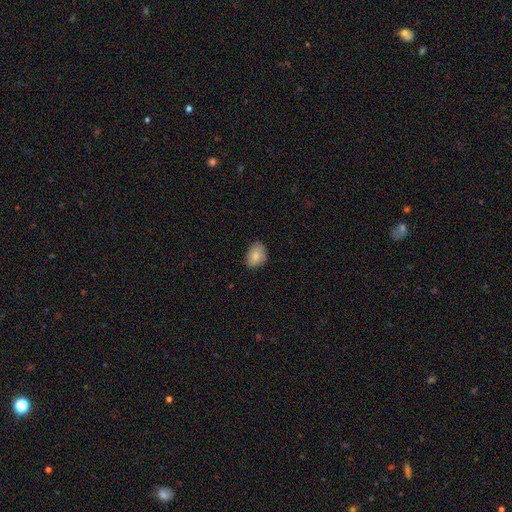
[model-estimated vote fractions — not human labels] The model was most divided on "how rounded": in between: 73%, round: 26%, cigar-shaped: 1%. More confident: smooth or featured — smooth (83%); merging — none (79%).